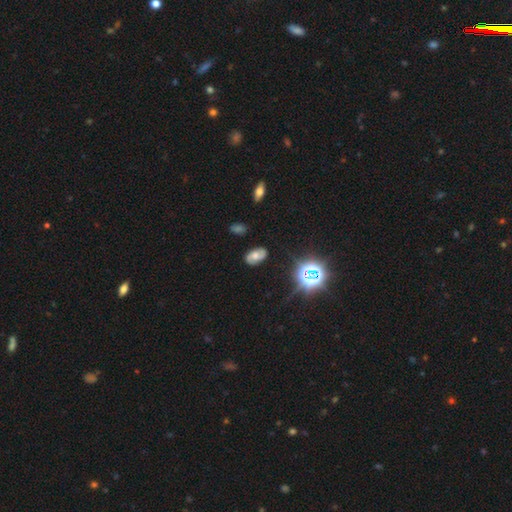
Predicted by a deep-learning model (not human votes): A smooth galaxy with no disk features (42%).

Vote fractions:
- Smooth or featured? smooth: 42% / featured or disk: 39% / star or artifact: 19%
- Merging? none: 81% / minor disturbance: 13% / major disturbance: 4% / merger: 2%